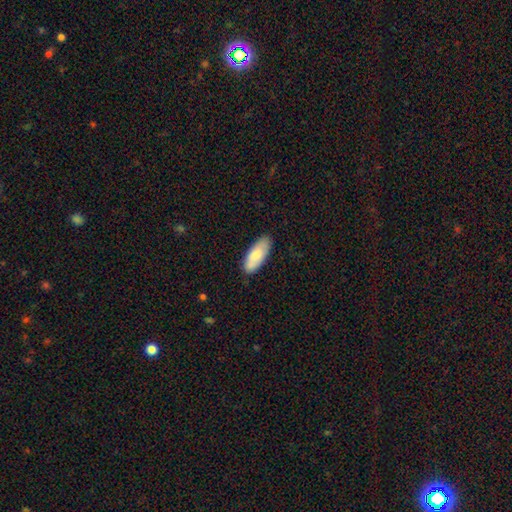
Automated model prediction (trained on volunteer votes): Smooth or featured? smooth (77%)
How rounded? in between (82%)
Merging? none (84%)